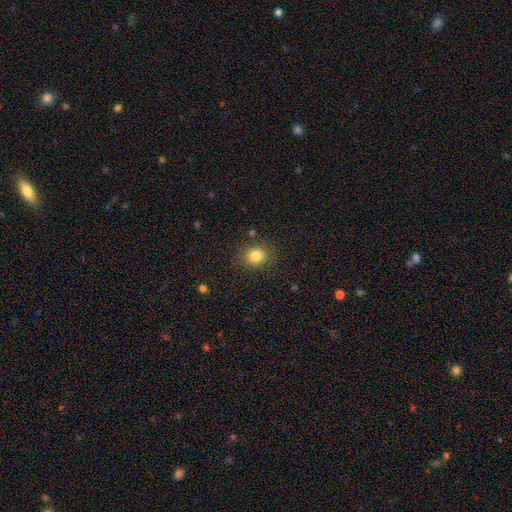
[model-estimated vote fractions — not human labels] smooth_or_featured: smooth (p=0.82) [alt: star or artifact p=0.12]
how_rounded: round (p=0.77) [alt: in between p=0.22]
merging: none (p=0.86) [alt: minor disturbance p=0.09]